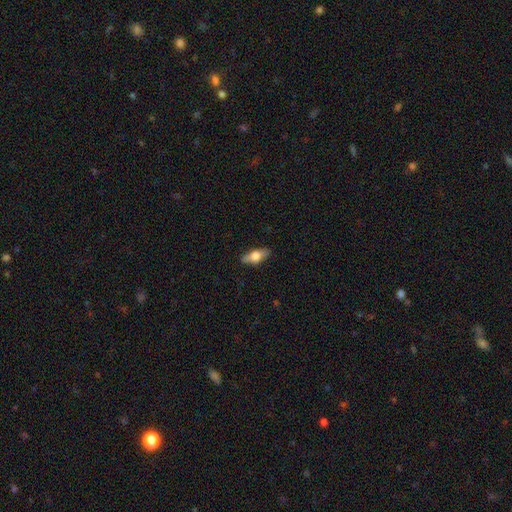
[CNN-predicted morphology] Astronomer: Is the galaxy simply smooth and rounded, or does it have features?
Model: smooth — 60%.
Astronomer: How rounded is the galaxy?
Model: in between — 73%.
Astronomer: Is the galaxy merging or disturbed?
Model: none — 86%.